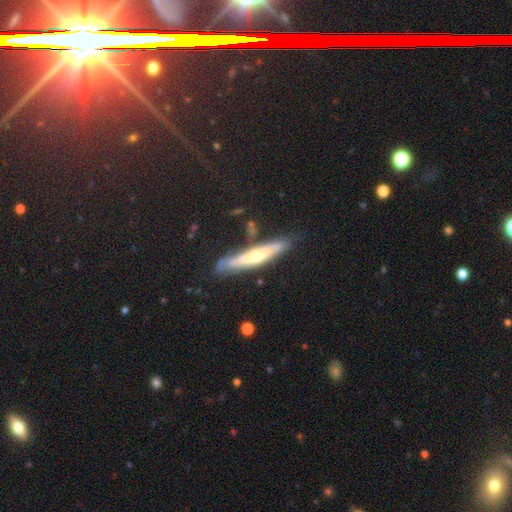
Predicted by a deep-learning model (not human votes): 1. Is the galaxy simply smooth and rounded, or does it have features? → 63% featured or disk, 31% smooth, 6% star or artifact.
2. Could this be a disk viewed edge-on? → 76% yes, 24% no.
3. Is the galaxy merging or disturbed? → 71% none, 19% minor disturbance, 5% major disturbance, 4% merger.